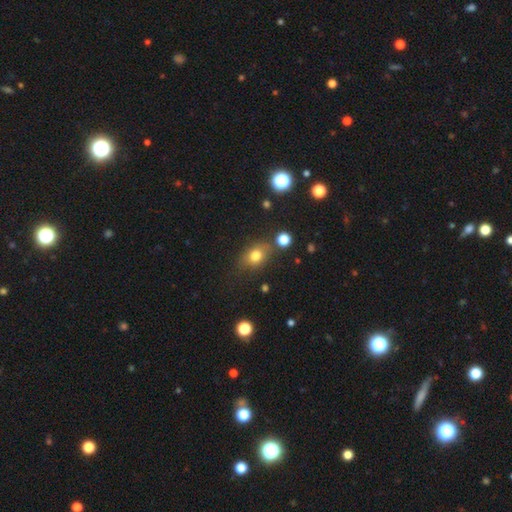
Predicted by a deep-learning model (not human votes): A smooth galaxy with no disk features (77%) that is in between round and cigar-shaped (61%).

Vote fractions:
- Smooth or featured? smooth: 77% / star or artifact: 13% / featured or disk: 10%
- How rounded? in between: 61% / round: 37% / cigar-shaped: 2%
- Merging? none: 72% / minor disturbance: 17% / merger: 6% / major disturbance: 5%